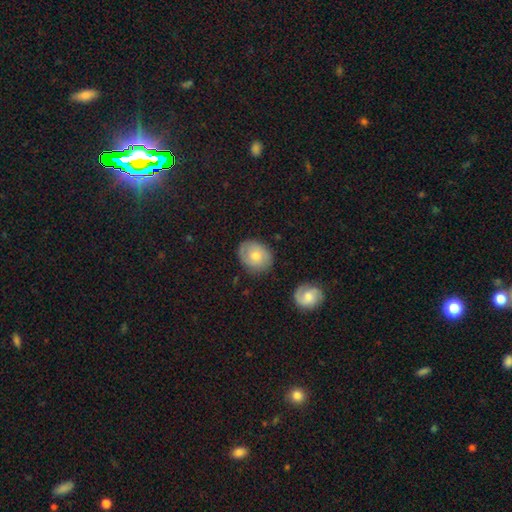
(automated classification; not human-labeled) This appears to be a smooth galaxy with no disk features (61%) that is in between round and cigar-shaped (50%). Merging: none (79%).